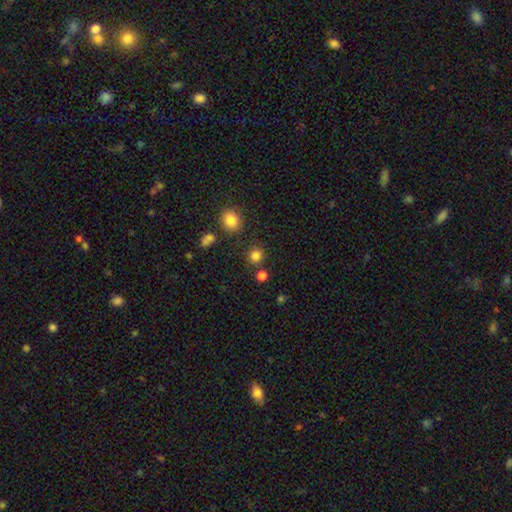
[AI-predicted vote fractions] This is clearly a smooth galaxy (82%). How rounded: clearly round (88%). Merging: clearly none (81%).